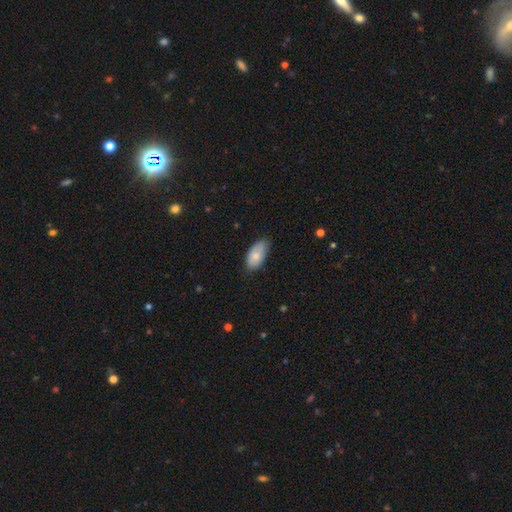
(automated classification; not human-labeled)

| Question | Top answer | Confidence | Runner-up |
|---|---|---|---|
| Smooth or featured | smooth | 78% | featured or disk (15%) |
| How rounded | in between | 94% | cigar-shaped (3%) |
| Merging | none | 69% | minor disturbance (26%) |